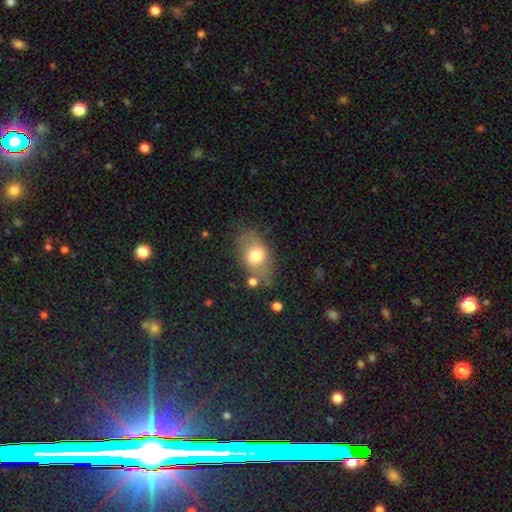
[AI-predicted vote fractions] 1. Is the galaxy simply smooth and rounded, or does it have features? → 67% smooth, 25% featured or disk, 9% star or artifact.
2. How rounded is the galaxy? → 82% in between, 15% round, 2% cigar-shaped.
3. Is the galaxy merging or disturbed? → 64% none, 20% minor disturbance, 9% major disturbance, 7% merger.